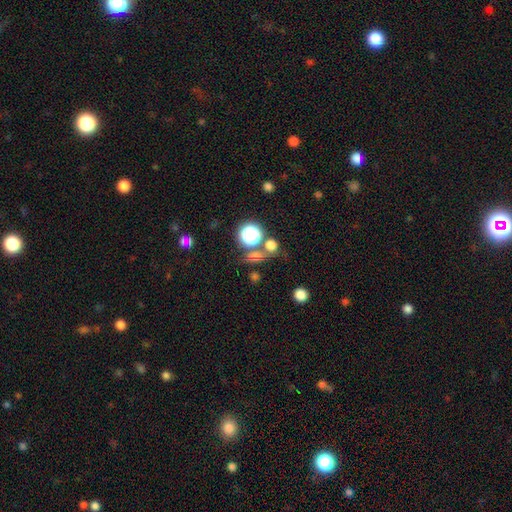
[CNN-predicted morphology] smooth_or_featured: smooth (p=0.57) [alt: star or artifact p=0.32]
how_rounded: round (p=0.71) [alt: in between p=0.24]
merging: none (p=0.59) [alt: merger p=0.23]